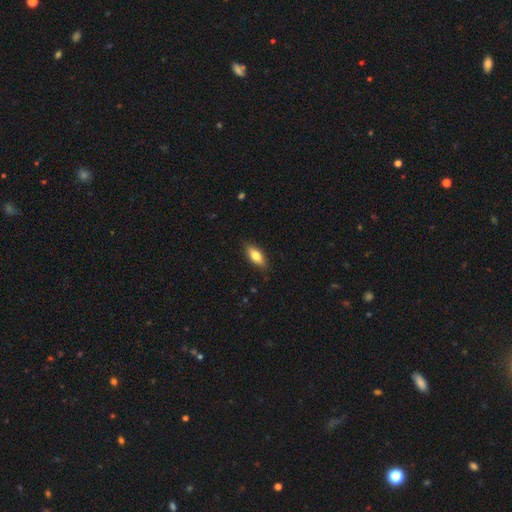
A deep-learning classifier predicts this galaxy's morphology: A smooth galaxy with no disk features (76%) that is in between round and cigar-shaped (79%).

Vote fractions:
- Smooth or featured? smooth: 76% / featured or disk: 18% / star or artifact: 7%
- How rounded? in between: 79% / cigar-shaped: 18% / round: 3%
- Merging? none: 85% / minor disturbance: 12% / major disturbance: 2% / merger: 1%